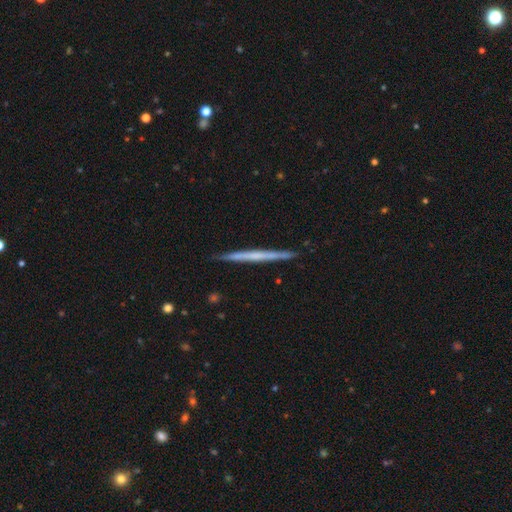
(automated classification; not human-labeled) A featured or disk galaxy (58%) viewed edge-on (98%) with no central bulge (83%).

Vote fractions:
- Smooth or featured? featured or disk: 58% / smooth: 36% / star or artifact: 6%
- Edge-on disk? yes: 98% / no: 2%
- Edge-on bulge? none: 83% / rounded: 13% / boxy: 5%
- Merging? none: 91% / minor disturbance: 7% / major disturbance: 1% / merger: 1%